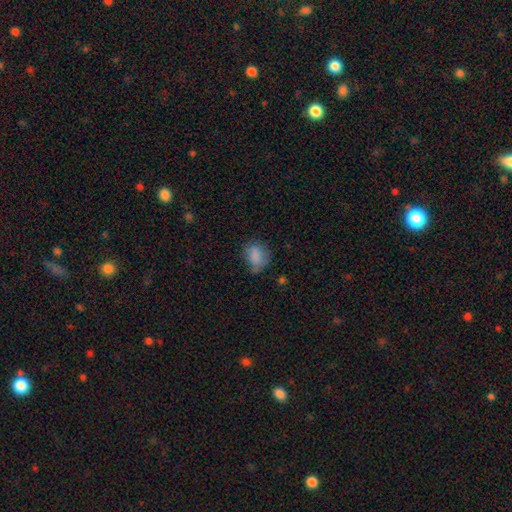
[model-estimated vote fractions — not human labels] Morphology: type=smooth (81%); roundness=in between (63%); merging=none (51%).